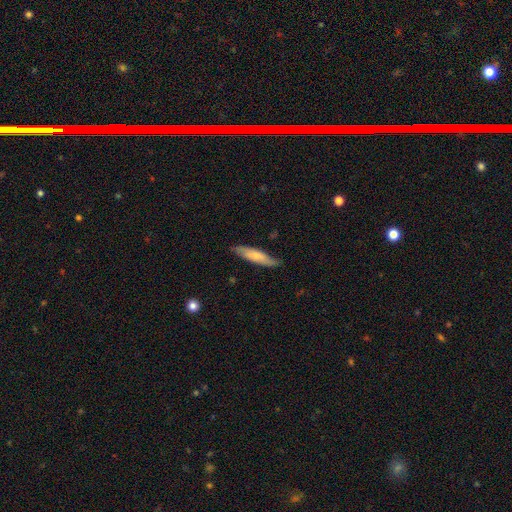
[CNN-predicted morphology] Smooth or featured? smooth (64%)
How rounded? cigar-shaped (76%)
Merging? none (80%)